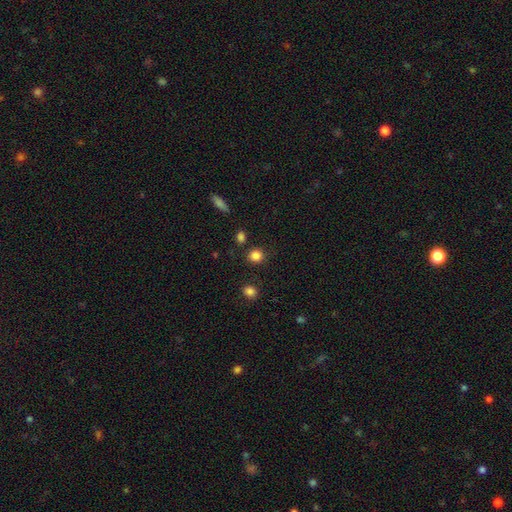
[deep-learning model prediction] smooth-or-featured: smooth: 85% | star or artifact: 11% | featured or disk: 4%
  how-rounded: round: 84% | in between: 15% | cigar-shaped: 1%
  merging: none: 85% | minor disturbance: 8% | merger: 5% | major disturbance: 3%